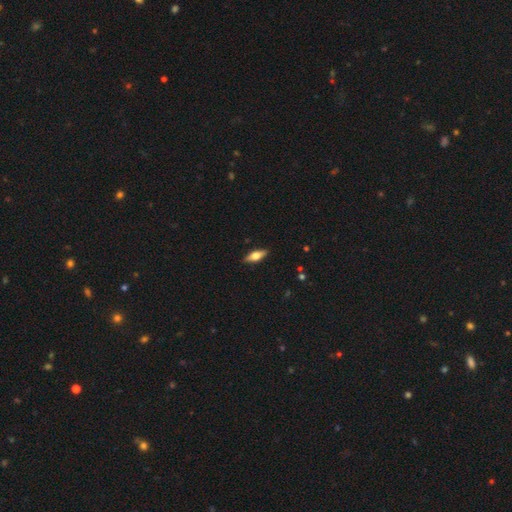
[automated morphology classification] smooth-or-featured: smooth: 53% | featured or disk: 41% | star or artifact: 6%
  how-rounded: in between: 64% | cigar-shaped: 33% | round: 3%
  merging: none: 89% | minor disturbance: 8% | major disturbance: 2% | merger: 1%